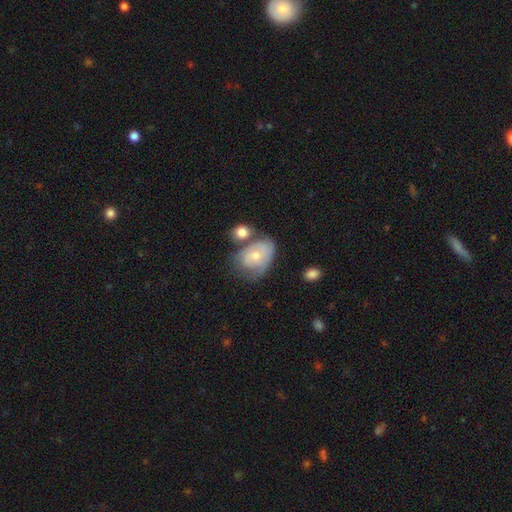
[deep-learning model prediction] A smooth galaxy with no disk features (52%) that is in between round and cigar-shaped (66%).

Vote fractions:
- Smooth or featured? smooth: 52% / featured or disk: 41% / star or artifact: 7%
- How rounded? in between: 66% / round: 33% / cigar-shaped: 1%
- Merging? none: 35% / minor disturbance: 27% / merger: 23% / major disturbance: 16%